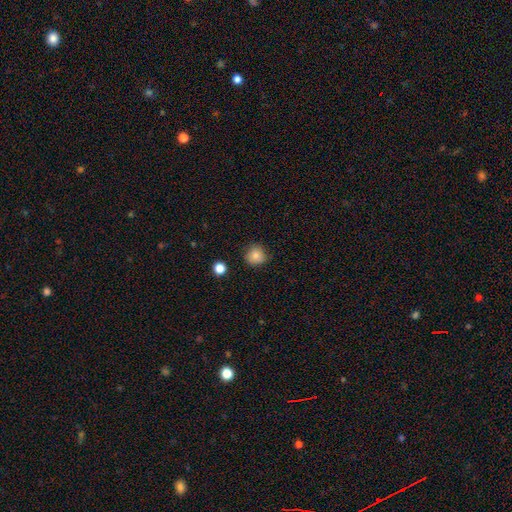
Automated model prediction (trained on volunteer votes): Overall: smooth (81%). How rounded: round (92%). Merging: none (84%).